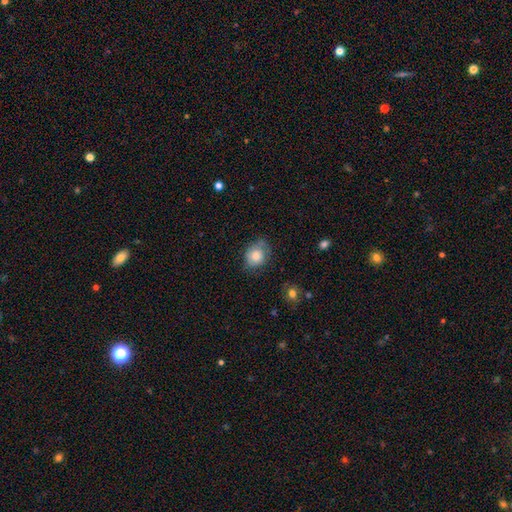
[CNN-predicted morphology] This appears to be a smooth galaxy with no disk features (79%) that is round (64%). Merging: none (57%).